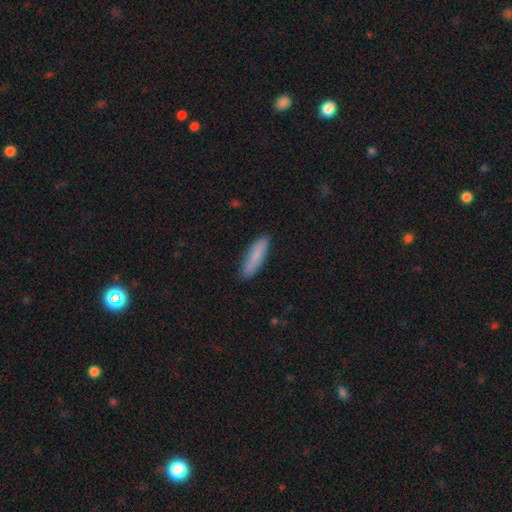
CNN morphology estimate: Smooth or featured: smooth — 81% (featured or disk — 13%)
How rounded: cigar-shaped — 72% (in between — 26%)
Merging: none — 87% (minor disturbance — 10%)